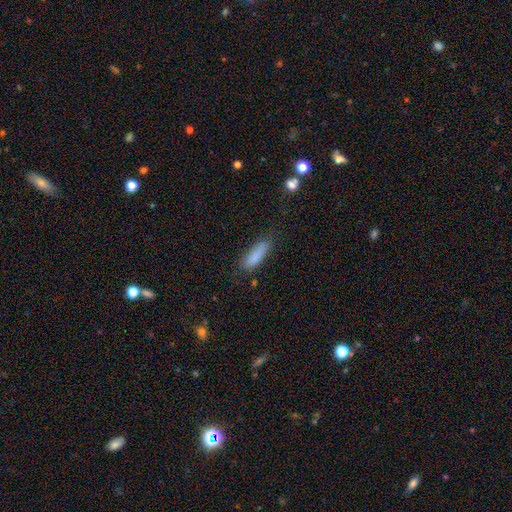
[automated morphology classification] Smooth or featured? smooth (85%)
How rounded? cigar-shaped (58%)
Merging? none (71%)